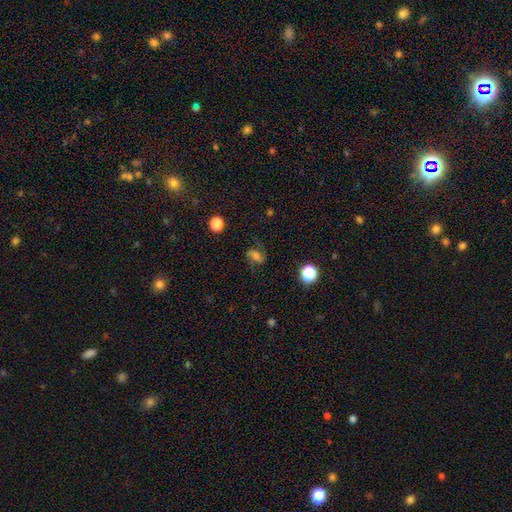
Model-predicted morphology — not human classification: Q: Smooth or featured?
A: featured or disk (44%); runner-up: smooth (40%)
Q: Merging?
A: none (72%); runner-up: minor disturbance (17%)